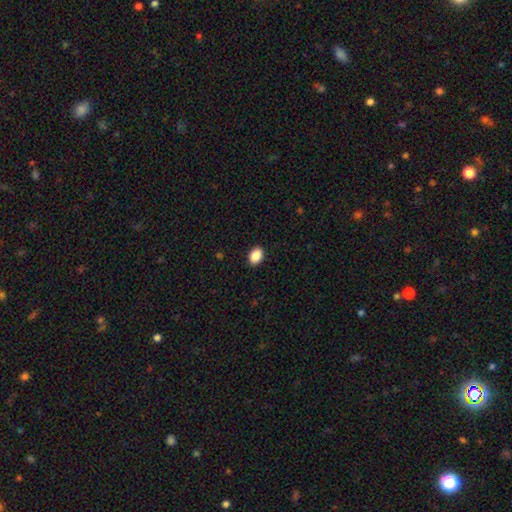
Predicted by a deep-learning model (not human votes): smooth-or-featured: smooth: 89% | star or artifact: 8% | featured or disk: 3%
  how-rounded: in between: 78% | round: 21% | cigar-shaped: 1%
  merging: none: 91% | minor disturbance: 7% | major disturbance: 2% | merger: 1%